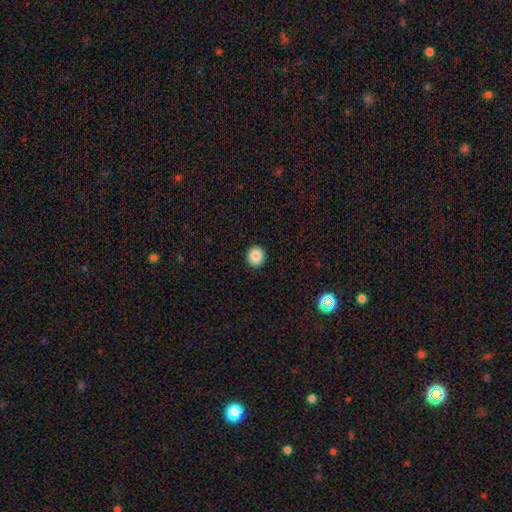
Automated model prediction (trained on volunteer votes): smooth-or-featured: smooth: 87% | star or artifact: 9% | featured or disk: 4%
  how-rounded: round: 88% | in between: 11% | cigar-shaped: 1%
  merging: none: 92% | minor disturbance: 5% | major disturbance: 2% | merger: 1%